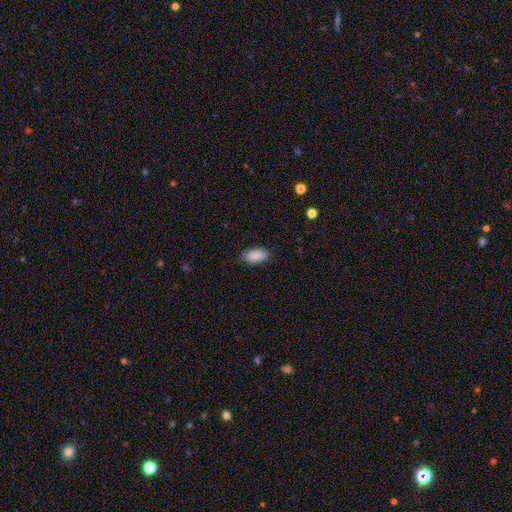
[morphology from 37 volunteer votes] This is clearly a smooth galaxy (95%). How rounded: clearly in between (97%). Merging: clearly none (86%).